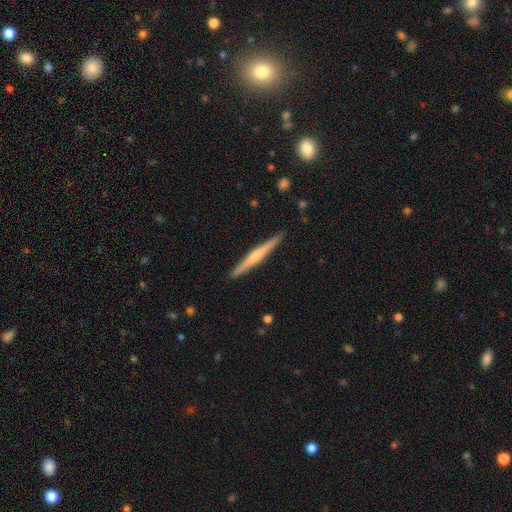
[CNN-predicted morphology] Smooth or featured?
  - featured or disk: 64% *
  - smooth: 30%
  - star or artifact: 5%
Edge-on disk?
  - yes: 98% *
  - no: 2%
Edge-on bulge?
  - rounded: 68% *
  - none: 24%
  - boxy: 8%
Merging?
  - none: 91% *
  - minor disturbance: 7%
  - major disturbance: 1%
  - merger: 1%